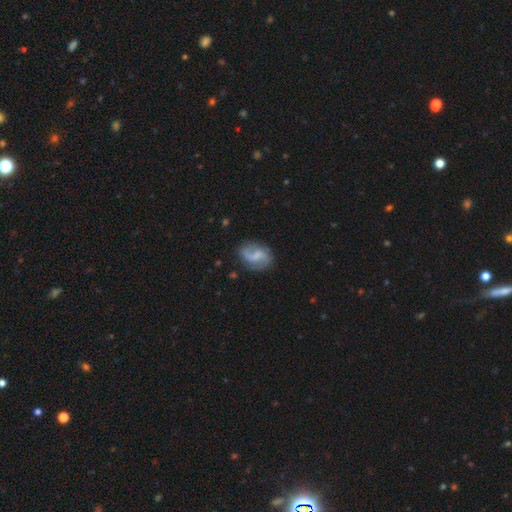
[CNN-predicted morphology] This is likely a featured or disk galaxy (67%). It is clearly not viewed edge-on (98%). Bar: possibly weak (50%). Spiral arm pattern: clearly yes (90%). Spiral arm count: clearly 2 (83%). Spiral winding: possibly loose (57%). Central bulge: possibly none (48%). Merging: likely none (70%).